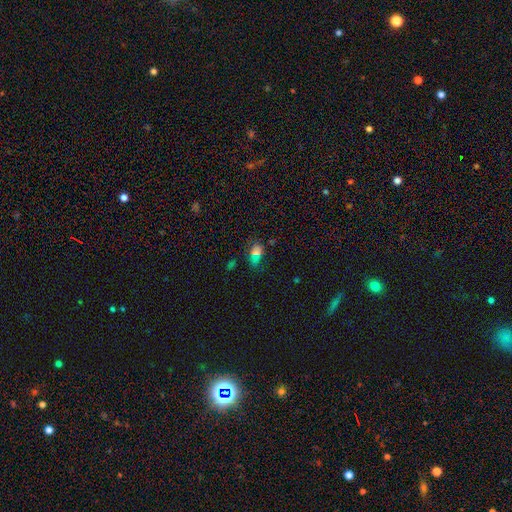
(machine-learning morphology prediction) The model was most divided on "smooth or featured": smooth: 59%, star or artifact: 29%, featured or disk: 12%. More confident: how rounded — in between (82%); merging — none (66%).